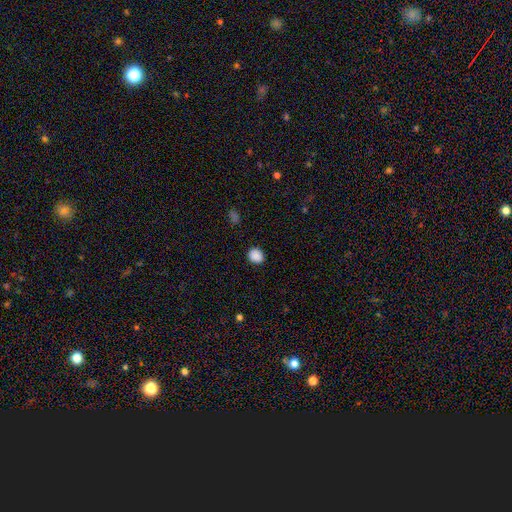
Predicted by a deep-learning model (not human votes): Overall: smooth (88%). How rounded: round (69%; in between 30%). Merging: none (88%).